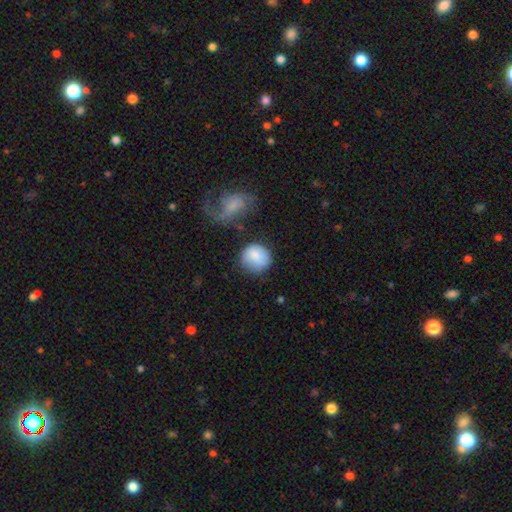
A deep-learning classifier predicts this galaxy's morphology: Smooth or featured? smooth (84%)
How rounded? round (87%)
Merging? none (64%)